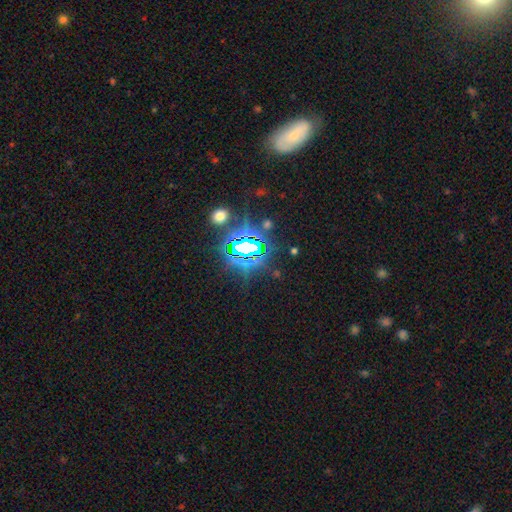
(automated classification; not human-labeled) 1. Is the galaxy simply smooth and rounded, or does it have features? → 76% star or artifact, 13% smooth, 11% featured or disk.